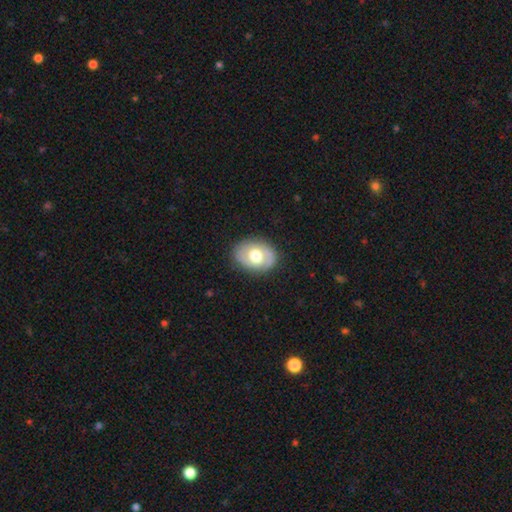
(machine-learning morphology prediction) This appears to be a smooth galaxy with no disk features (51%) that is in between round and cigar-shaped (71%). Merging: none (82%).